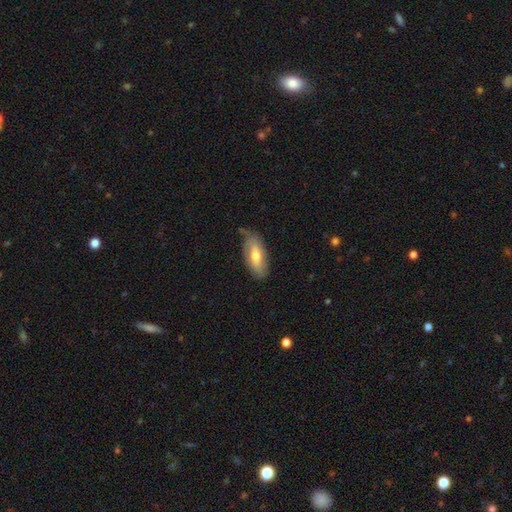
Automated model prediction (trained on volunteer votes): The model was most divided on "smooth or featured": smooth: 63%, featured or disk: 31%, star or artifact: 6%. More confident: how rounded — in between (83%); merging — none (67%).